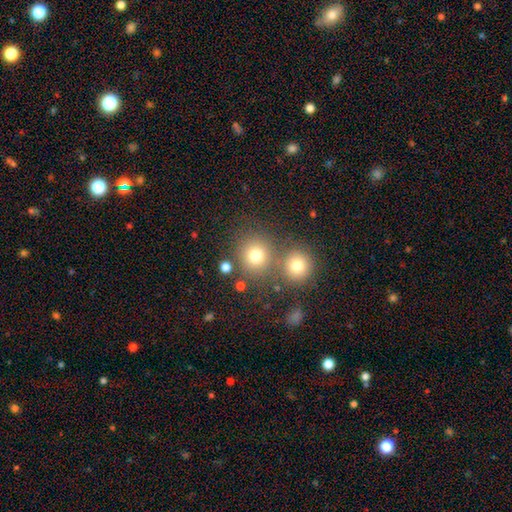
Smooth or featured?
  - smooth: 70% *
  - featured or disk: 18%
  - star or artifact: 12%
How rounded?
  - round: 86% *
  - in between: 11%
  - cigar-shaped: 4%
Merging?
  - none: 69% *
  - merger: 23%
  - minor disturbance: 9%
  - major disturbance: 0%